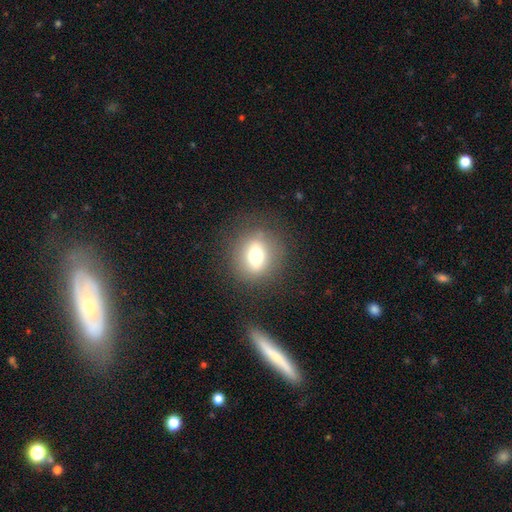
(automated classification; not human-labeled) Smooth or featured? smooth (63%)
How rounded? round (65%)
Merging? none (83%)